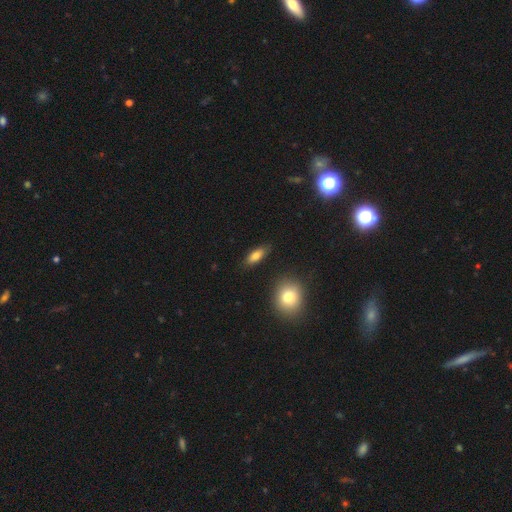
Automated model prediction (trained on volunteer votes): smooth 81%, featured or disk 11%, star or artifact 8%. Down the decision tree: how rounded — in between (78%); merging — none (84%).